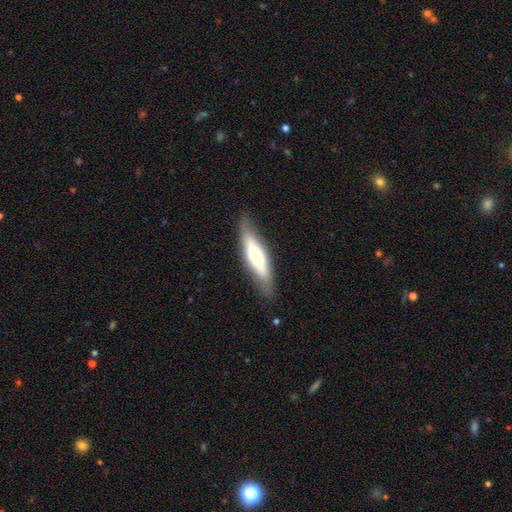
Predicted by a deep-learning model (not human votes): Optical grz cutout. It shows a smooth galaxy with no disk features (56%) that is cigar-shaped (68%). Merging: none (81%).